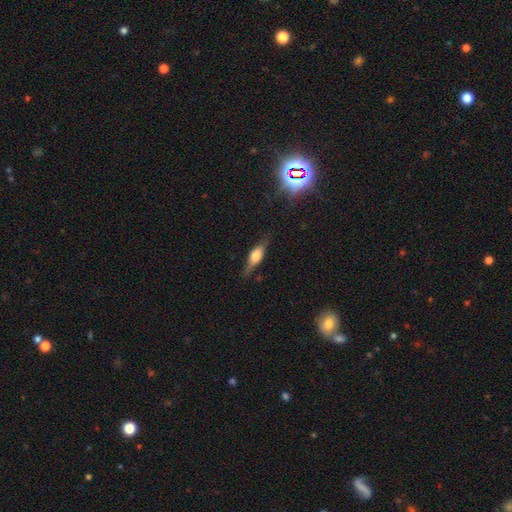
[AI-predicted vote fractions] The model was most divided on "smooth or featured": featured or disk: 46%, smooth: 45%, star or artifact: 8%. More confident: merging — none (73%).